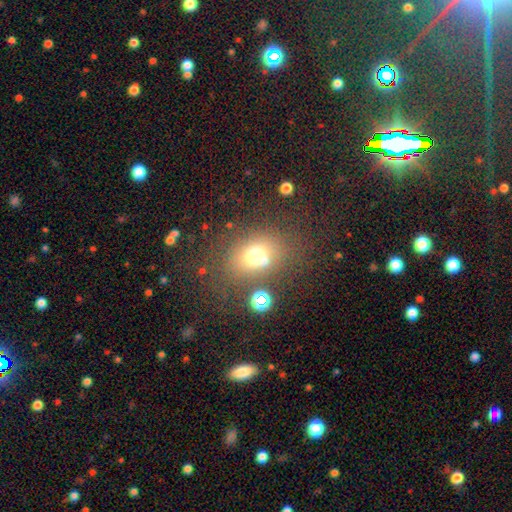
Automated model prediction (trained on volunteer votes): Morphology: type=smooth (67%); roundness=in between (52%); merging=none (62%).